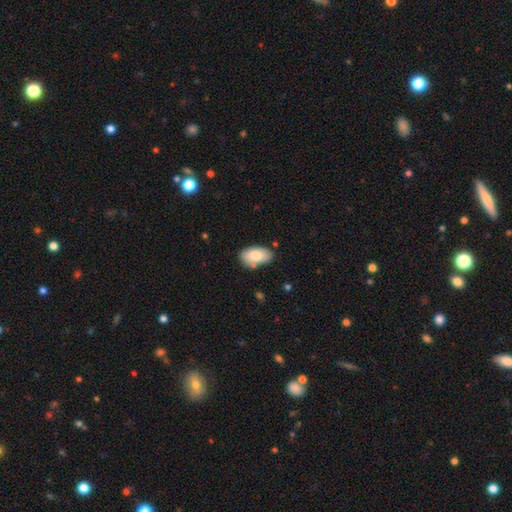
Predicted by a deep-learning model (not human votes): Smooth or featured? smooth (81%)
How rounded? in between (94%)
Merging? none (73%)